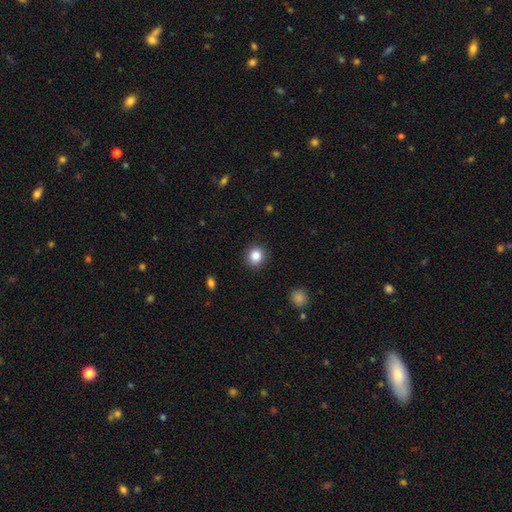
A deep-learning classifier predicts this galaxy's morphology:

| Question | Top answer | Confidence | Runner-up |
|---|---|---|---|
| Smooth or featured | smooth | 86% | star or artifact (10%) |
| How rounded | round | 84% | in between (15%) |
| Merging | none | 91% | minor disturbance (6%) |